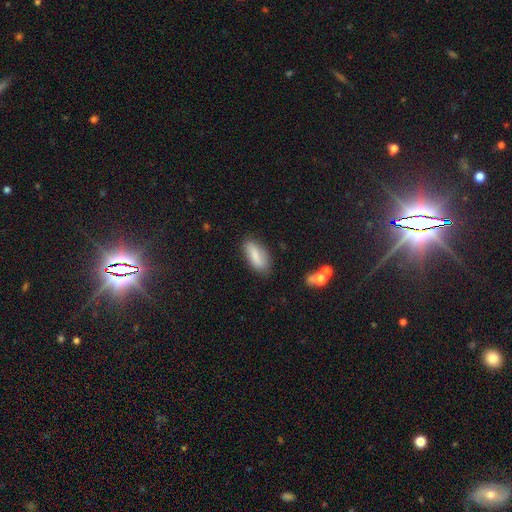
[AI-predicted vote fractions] smooth-or-featured: smooth: 75% | featured or disk: 18% | star or artifact: 7%
  how-rounded: in between: 80% | cigar-shaped: 18% | round: 3%
  merging: none: 79% | minor disturbance: 16% | major disturbance: 3% | merger: 2%